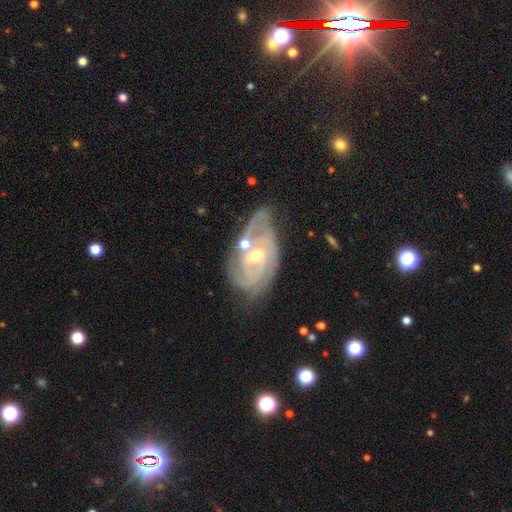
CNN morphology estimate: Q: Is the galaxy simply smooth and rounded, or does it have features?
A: featured or disk — 85%.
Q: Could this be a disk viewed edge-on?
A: no — 95%.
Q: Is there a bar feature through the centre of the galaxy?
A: no — 48%.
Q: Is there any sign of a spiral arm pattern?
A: yes — 94%.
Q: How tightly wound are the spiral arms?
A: tight — 68%.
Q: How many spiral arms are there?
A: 2 — 33%.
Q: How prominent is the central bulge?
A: small — 51%.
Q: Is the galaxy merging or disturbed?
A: none — 59%.